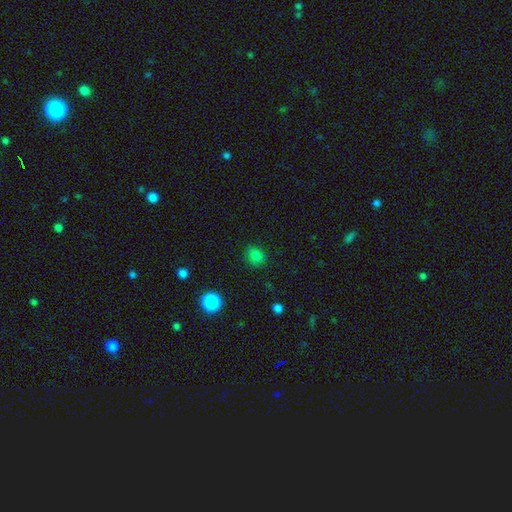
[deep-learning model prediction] Smooth or featured?
  - smooth: 80% *
  - star or artifact: 15%
  - featured or disk: 5%
How rounded?
  - round: 66% *
  - in between: 33%
  - cigar-shaped: 1%
Merging?
  - none: 81% *
  - minor disturbance: 14%
  - major disturbance: 3%
  - merger: 1%